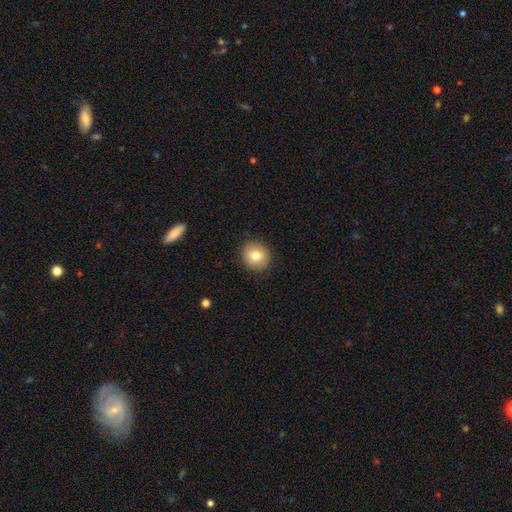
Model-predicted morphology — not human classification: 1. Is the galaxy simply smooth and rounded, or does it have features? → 79% smooth, 11% featured or disk, 9% star or artifact.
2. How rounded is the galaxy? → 82% round, 17% in between, 1% cigar-shaped.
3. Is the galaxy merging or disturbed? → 90% none, 7% minor disturbance, 2% major disturbance, 1% merger.